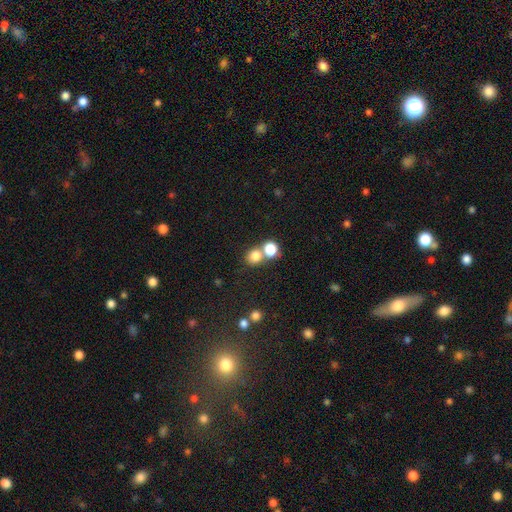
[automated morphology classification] type=smooth (78%); roundness=round (79%); merging=none (50%).